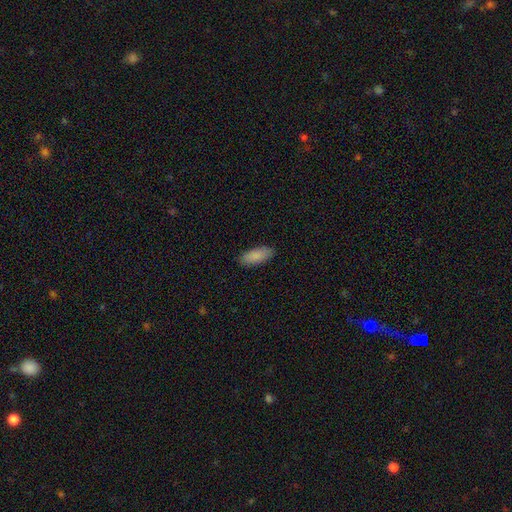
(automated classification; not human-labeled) smooth-or-featured: smooth: 89% | star or artifact: 6% | featured or disk: 5%
  how-rounded: in between: 80% | cigar-shaped: 18% | round: 2%
  merging: none: 89% | minor disturbance: 8% | major disturbance: 2% | merger: 1%